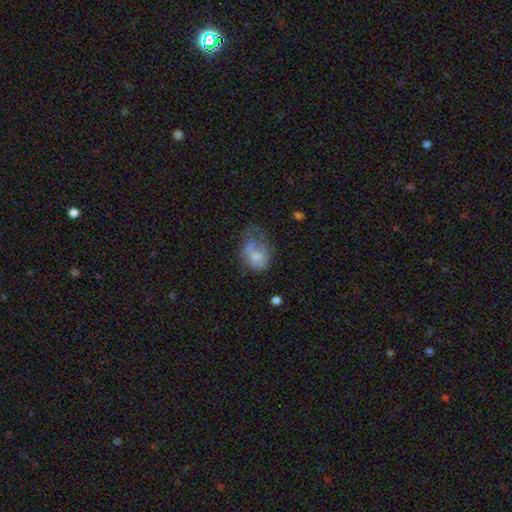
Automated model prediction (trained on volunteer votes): smooth-or-featured: smooth: 58% | featured or disk: 32% | star or artifact: 9%
  how-rounded: in between: 70% | round: 29% | cigar-shaped: 1%
  merging: major disturbance: 43% | minor disturbance: 28% | none: 21% | merger: 7%